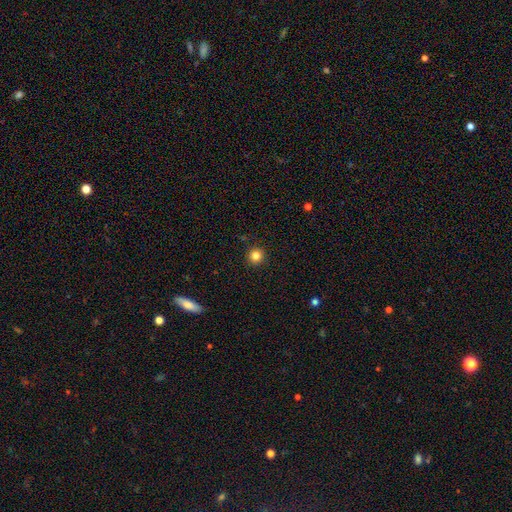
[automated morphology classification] Smooth or featured? Predicted: smooth (p=0.83). How rounded? Predicted: round (p=0.96). Merging? Predicted: none (p=0.93).